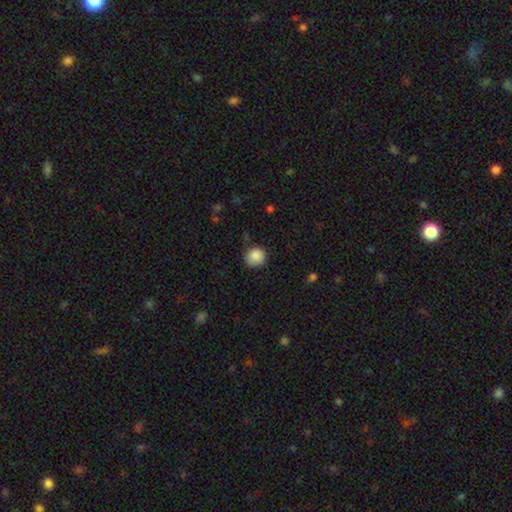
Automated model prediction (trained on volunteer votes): Morphology: type=smooth (87%); roundness=round (86%); merging=none (76%).